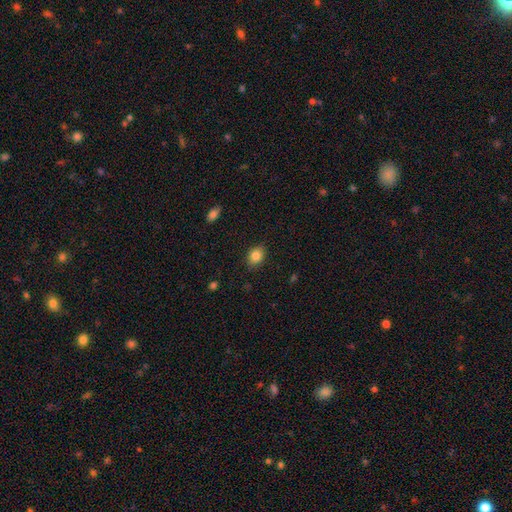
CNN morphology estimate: The model was most divided on "how rounded": in between: 67%, round: 32%, cigar-shaped: 1%. More confident: merging — none (86%); smooth or featured — smooth (84%).